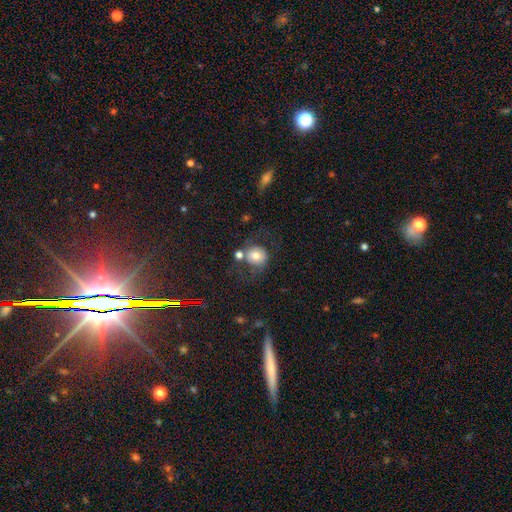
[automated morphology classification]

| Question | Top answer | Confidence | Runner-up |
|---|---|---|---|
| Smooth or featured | smooth | 68% | featured or disk (22%) |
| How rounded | round | 84% | in between (15%) |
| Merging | none | 54% | merger (16%) |